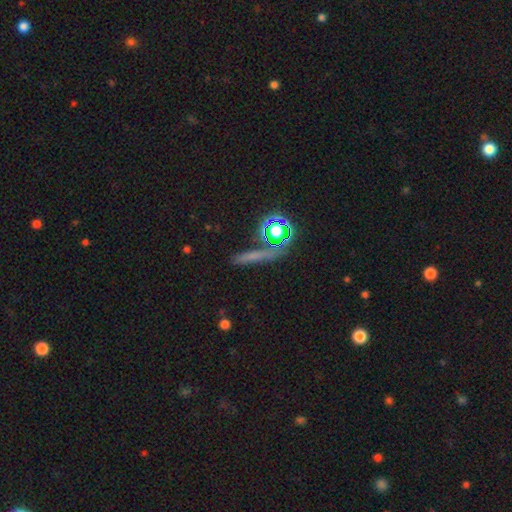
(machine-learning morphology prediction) This is possibly a smooth galaxy (46%). Merging: likely none (79%).